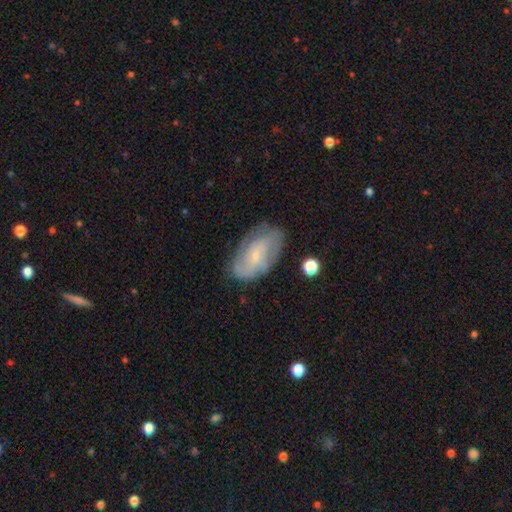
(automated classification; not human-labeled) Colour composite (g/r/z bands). It shows a featured or disk galaxy (60%) with no bar (61%), spiral arms (80%) and a small central bulge (75%). Merging: none (67%).